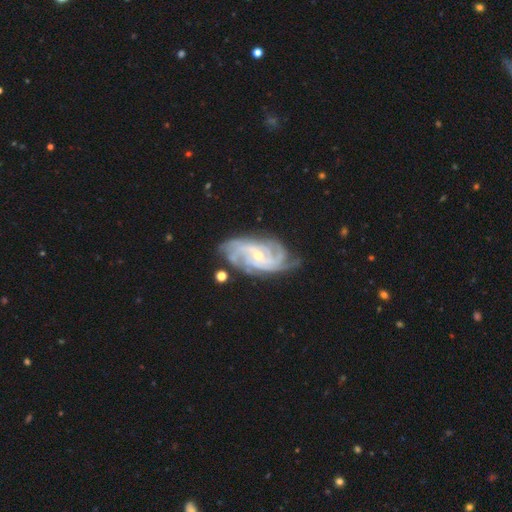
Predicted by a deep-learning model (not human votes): Smooth or featured?
  - featured or disk: 84% *
  - star or artifact: 8%
  - smooth: 8%
Edge-on disk?
  - no: 95% *
  - yes: 5%
Bar?
  - no: 52% *
  - weak: 36%
  - strong: 12%
Spiral arms?
  - yes: 97% *
  - no: 3%
Spiral winding?
  - tight: 54% *
  - medium: 36%
  - loose: 10%
Spiral arm count?
  - 4: 23% * (tied)
  - 3: 23% * (tied)
  - can't tell: 21%
  - 2: 17%
  - more than 4: 8%
  - 1: 7%
Bulge size?
  - small: 71% *
  - moderate: 25%
  - none: 2%
  - large: 1%
  - dominant: 1%
Merging?
  - none: 75% *
  - minor disturbance: 17%
  - major disturbance: 5%
  - merger: 3%